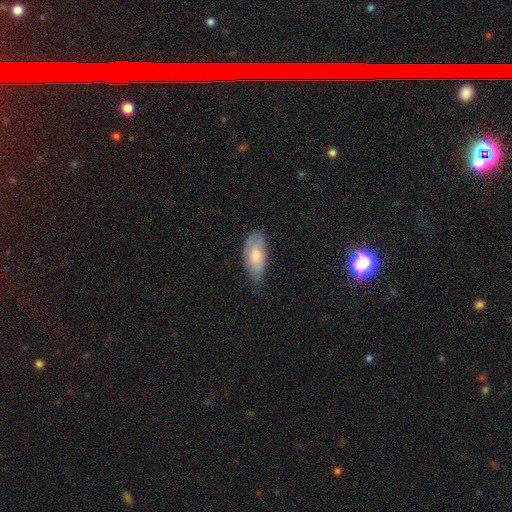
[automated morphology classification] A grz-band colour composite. It shows a smooth galaxy with no disk features (71%) that is in between round and cigar-shaped (91%). Merging: none (44%).